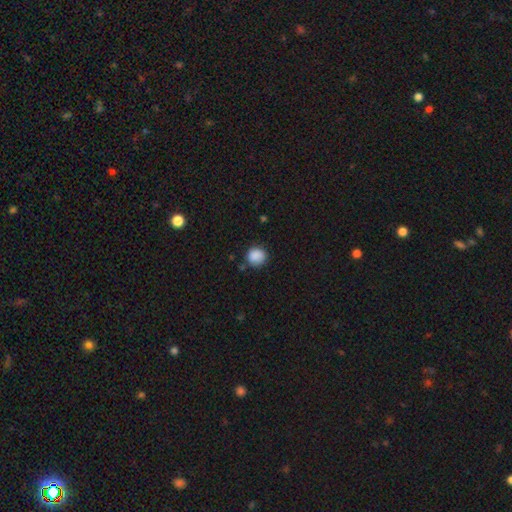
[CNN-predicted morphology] A smooth galaxy with no disk features (88%) that is round (86%). Merging: none (78%).